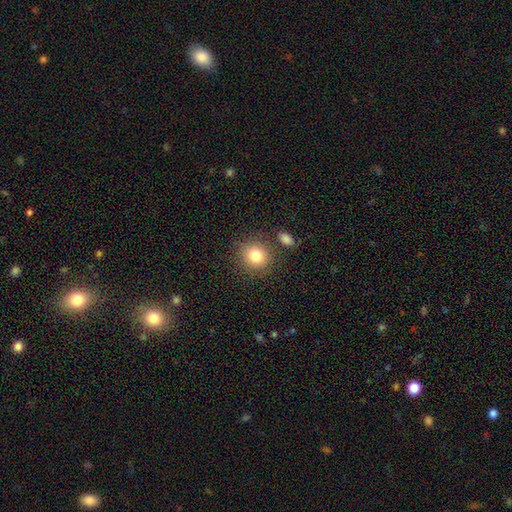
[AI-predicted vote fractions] smooth-or-featured: smooth: 81% | star or artifact: 11% | featured or disk: 8%
  how-rounded: round: 86% | in between: 13% | cigar-shaped: 1%
  merging: none: 82% | minor disturbance: 9% | merger: 6% | major disturbance: 3%